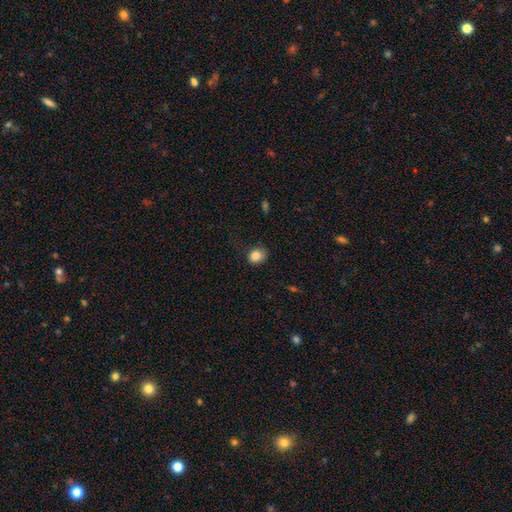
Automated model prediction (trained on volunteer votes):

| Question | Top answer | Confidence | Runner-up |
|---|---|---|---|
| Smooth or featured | smooth | 84% | star or artifact (10%) |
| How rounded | round | 70% | in between (29%) |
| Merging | none | 76% | minor disturbance (18%) |